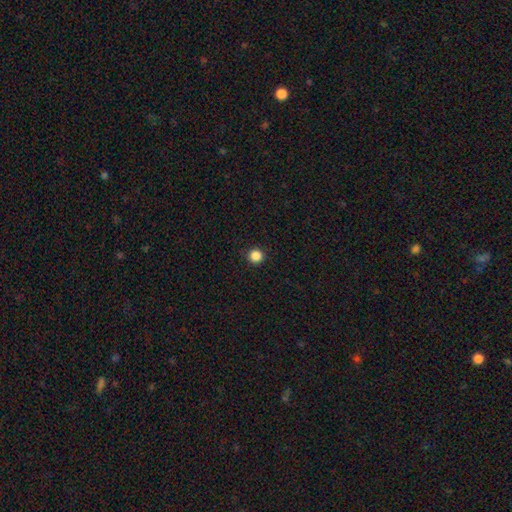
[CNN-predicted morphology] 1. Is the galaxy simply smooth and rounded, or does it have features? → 86% smooth, 12% star or artifact, 3% featured or disk.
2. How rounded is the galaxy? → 95% round, 4% in between, 1% cigar-shaped.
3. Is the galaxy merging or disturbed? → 93% none, 5% minor disturbance, 2% major disturbance, 1% merger.